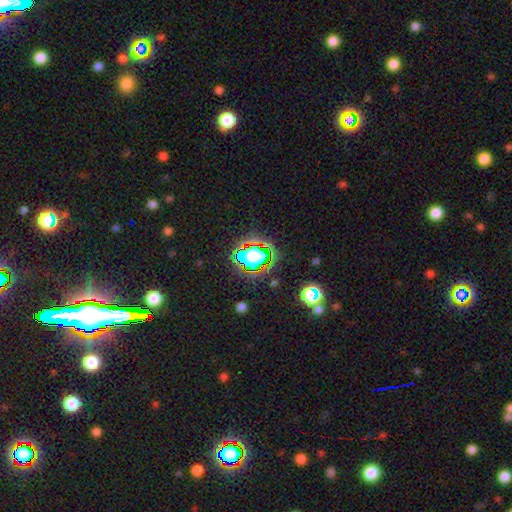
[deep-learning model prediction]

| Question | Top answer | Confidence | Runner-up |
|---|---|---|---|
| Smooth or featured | star or artifact | 53% | smooth (32%) |